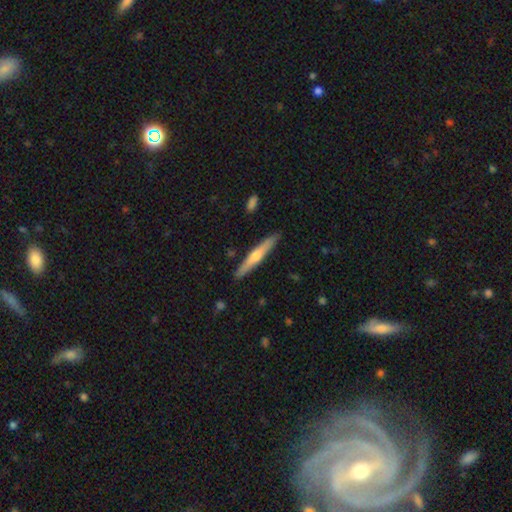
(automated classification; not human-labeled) Overall: featured or disk (57%; smooth 38%). Edge-on disk: yes (96%). Edge-on bulge: rounded (83%). Merging: none (90%).